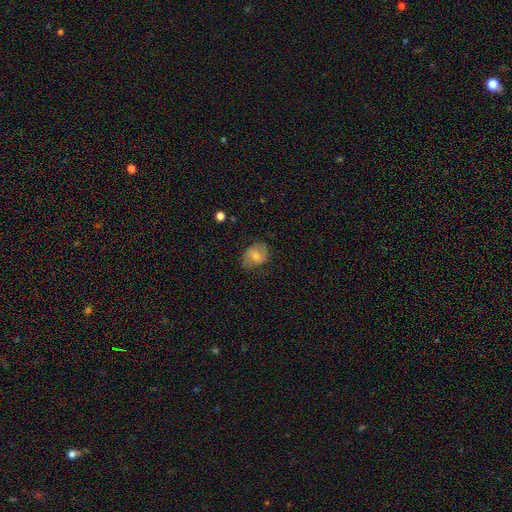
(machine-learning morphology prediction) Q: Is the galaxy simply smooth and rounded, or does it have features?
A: smooth — 60%.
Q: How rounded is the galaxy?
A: in between — 58%.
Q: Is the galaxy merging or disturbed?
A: none — 65%.